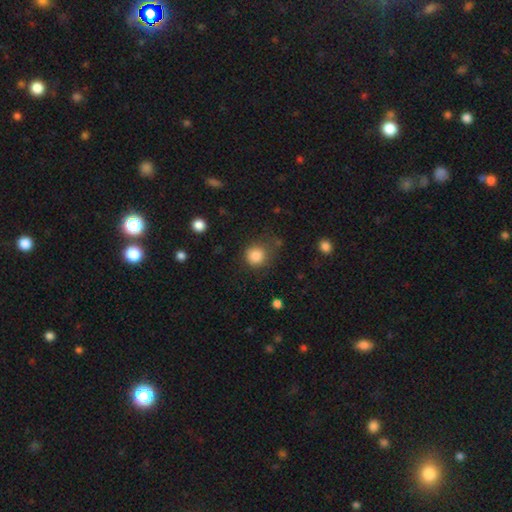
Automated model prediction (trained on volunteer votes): The model was most divided on "merging": none: 68%, minor disturbance: 20%, major disturbance: 9%, merger: 3%. More confident: how rounded — round (89%); smooth or featured — smooth (85%).